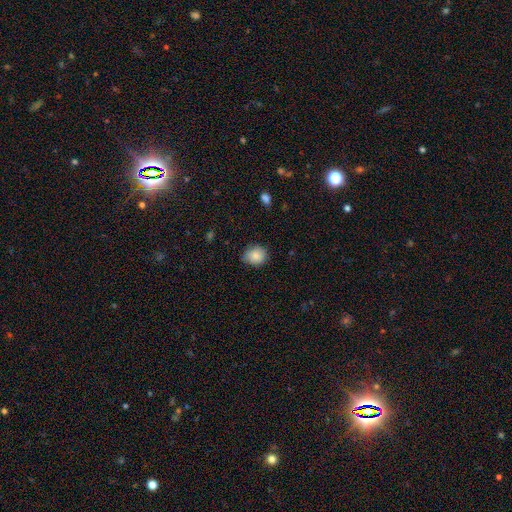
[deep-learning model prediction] This appears to be a smooth galaxy with no disk features (86%) that is round (65%). Merging: none (74%).